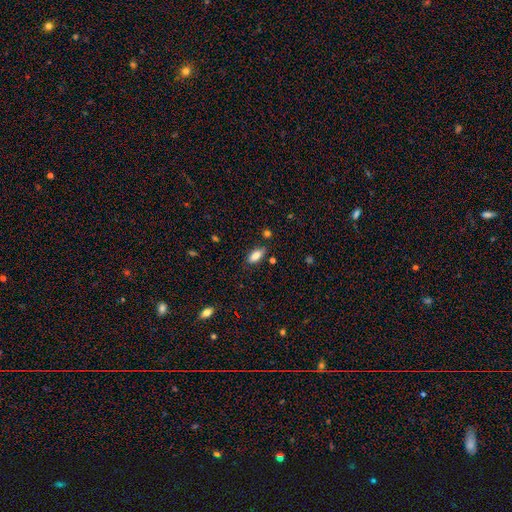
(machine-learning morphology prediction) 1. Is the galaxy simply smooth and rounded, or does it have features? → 84% smooth, 9% featured or disk, 8% star or artifact.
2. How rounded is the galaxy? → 86% in between, 11% cigar-shaped, 3% round.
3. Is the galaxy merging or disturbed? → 81% none, 13% minor disturbance, 3% major disturbance, 3% merger.